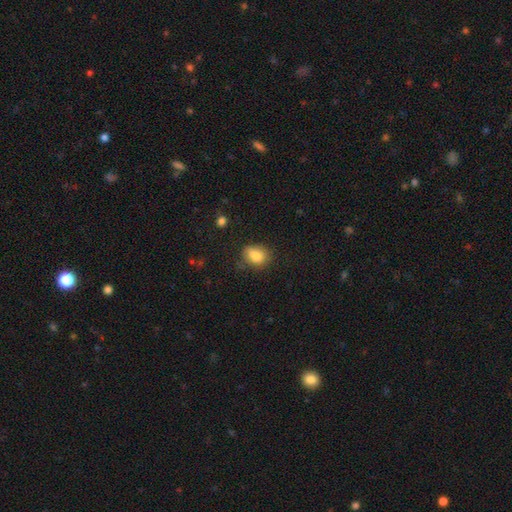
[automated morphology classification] smooth 83%, star or artifact 9%, featured or disk 8%. Down the decision tree: how rounded — in between (62%); merging — none (62%).